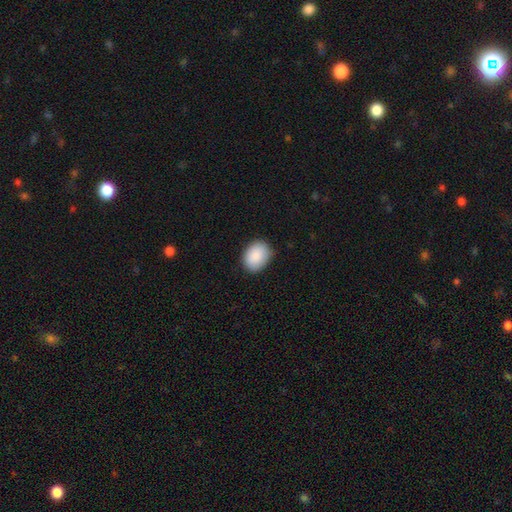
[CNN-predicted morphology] Smooth or featured? smooth (90%)
How rounded? in between (65%)
Merging? none (85%)